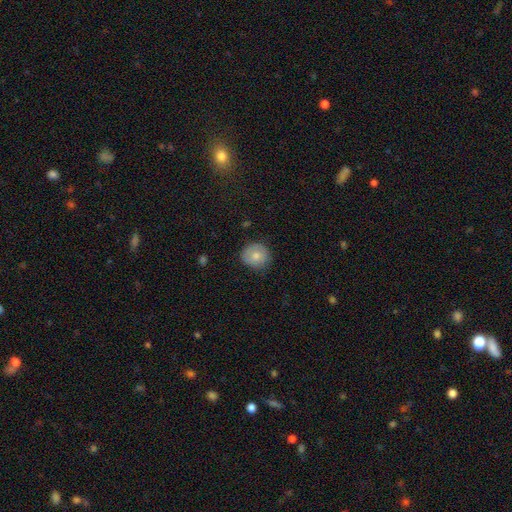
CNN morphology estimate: Smooth or featured: smooth — 75% (featured or disk — 17%)
How rounded: round — 86% (in between — 13%)
Merging: none — 77% (minor disturbance — 18%)